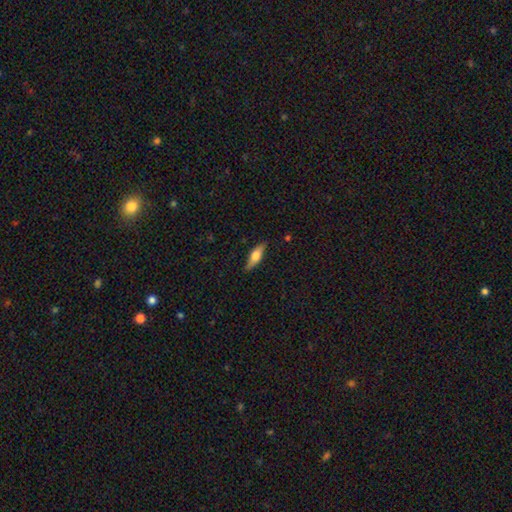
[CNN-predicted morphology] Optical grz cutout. It shows a smooth galaxy with no disk features (49%). Merging: none (85%).